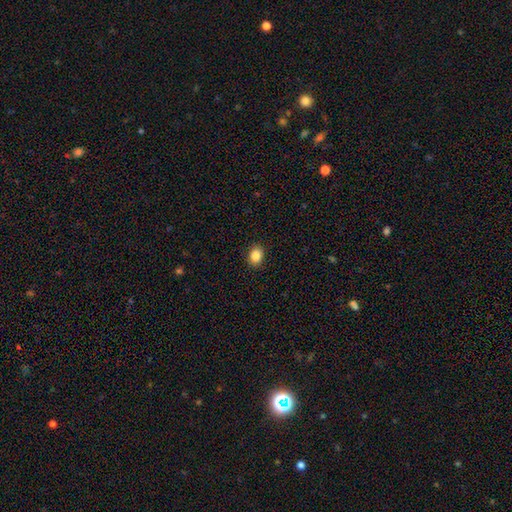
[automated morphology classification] This appears to be a smooth galaxy with no disk features (86%) that is in between round and cigar-shaped (58%). Merging: none (91%).